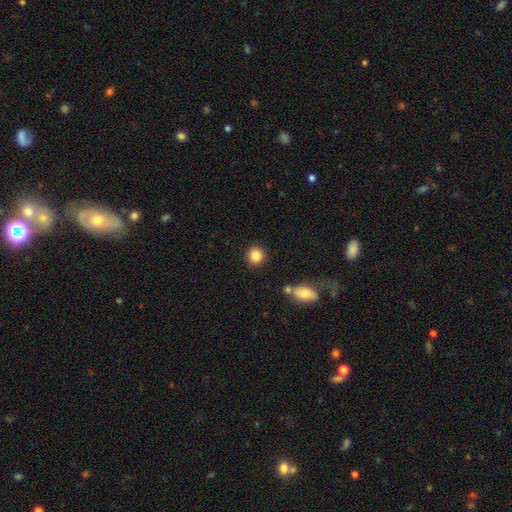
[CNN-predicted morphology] type=smooth (85%); roundness=round (91%); merging=none (89%).